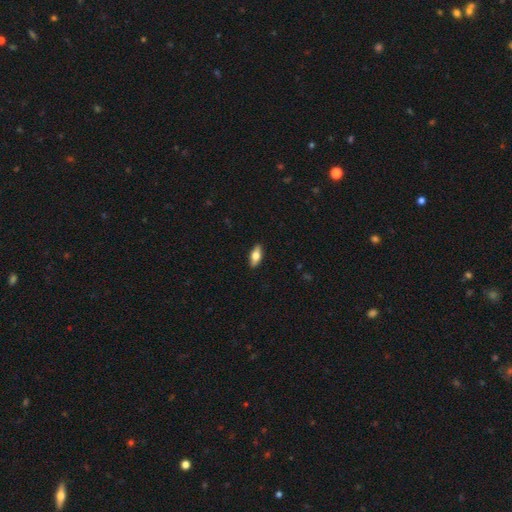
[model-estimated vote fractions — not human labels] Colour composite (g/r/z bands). It shows a smooth galaxy with no disk features (64%) that is in between round and cigar-shaped (78%). Merging: none (89%).